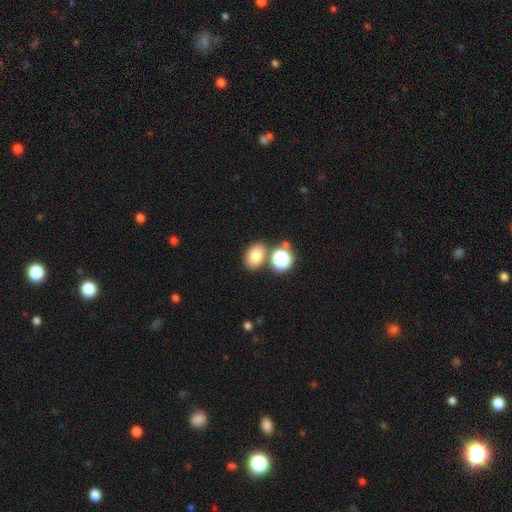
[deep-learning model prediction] Morphology: type=smooth (77%); roundness=in between (72%); merging=none (71%).